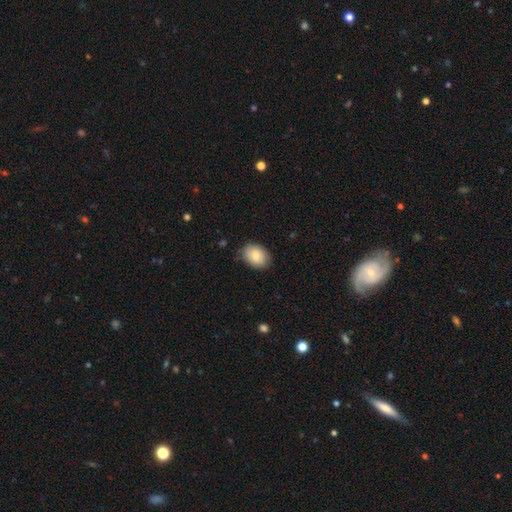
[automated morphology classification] smooth 81%, featured or disk 12%, star or artifact 7%. Down the decision tree: how rounded — in between (77%); merging — none (81%).